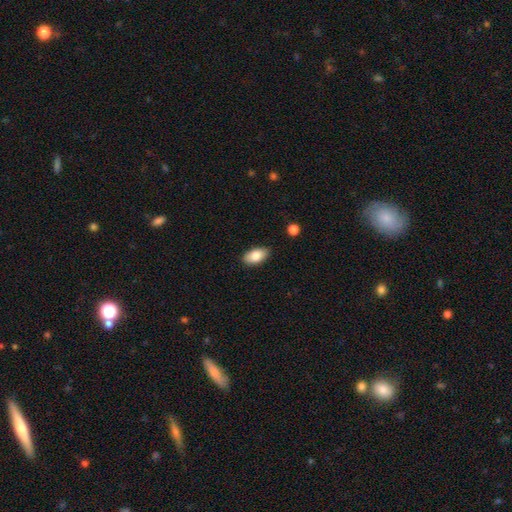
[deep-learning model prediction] smooth-or-featured: smooth: 83% | featured or disk: 10% | star or artifact: 7%
  how-rounded: in between: 93% | round: 4% | cigar-shaped: 3%
  merging: none: 87% | minor disturbance: 10% | major disturbance: 2% | merger: 1%